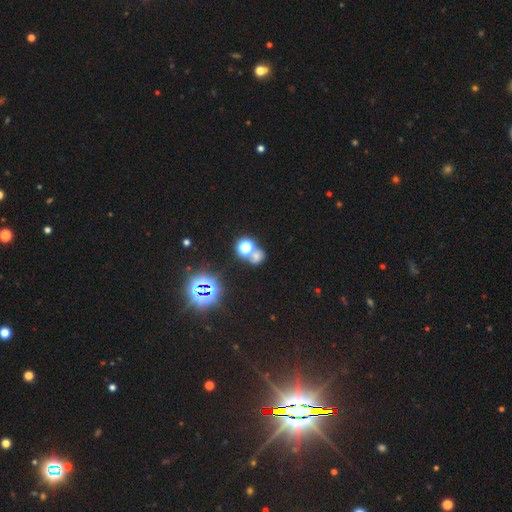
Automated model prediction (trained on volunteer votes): A smooth galaxy with no disk features (49%).

Vote fractions:
- Smooth or featured? smooth: 49% / star or artifact: 39% / featured or disk: 11%
- Merging? merger: 45% / none: 41% / minor disturbance: 8% / major disturbance: 6%